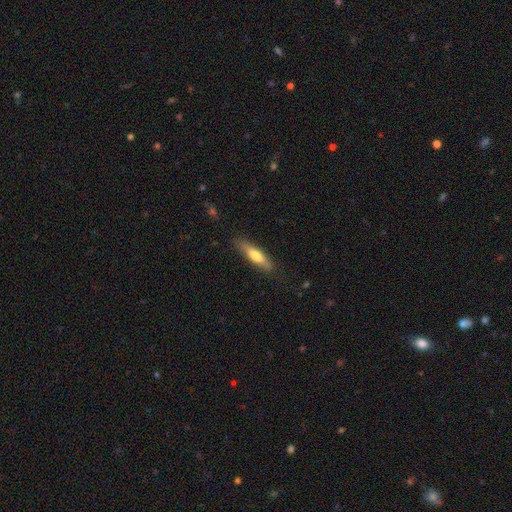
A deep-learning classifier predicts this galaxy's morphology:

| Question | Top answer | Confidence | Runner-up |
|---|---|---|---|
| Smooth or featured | smooth | 62% | featured or disk (32%) |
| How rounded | cigar-shaped | 73% | in between (25%) |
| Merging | none | 81% | minor disturbance (14%) |